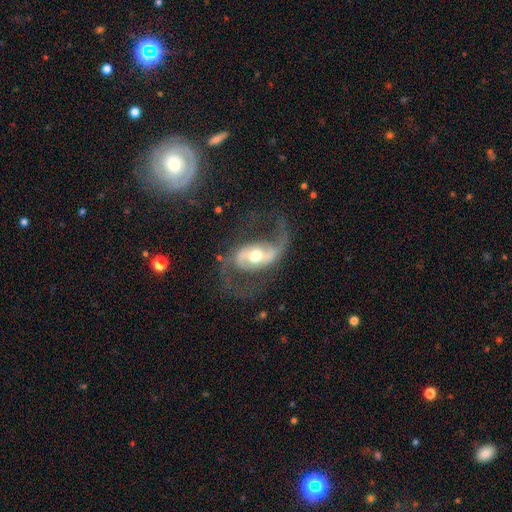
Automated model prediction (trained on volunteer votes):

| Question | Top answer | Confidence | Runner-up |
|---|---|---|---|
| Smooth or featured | featured or disk | 89% | smooth (6%) |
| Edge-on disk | no | 96% | yes (4%) |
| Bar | strong | 38% | tied: weak (38%) |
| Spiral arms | yes | 95% | no (5%) |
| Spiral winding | loose | 56% | medium (37%) |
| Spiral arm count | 2 | 93% | 1 (2%) |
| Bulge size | moderate | 69% | small (17%) |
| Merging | none | 71% | major disturbance (14%) |